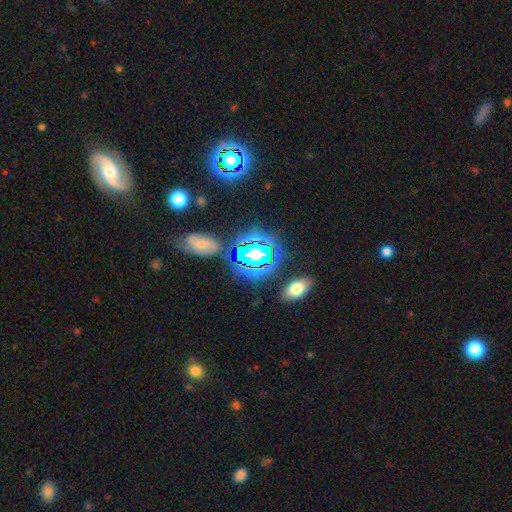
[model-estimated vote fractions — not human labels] The model was most divided on "smooth or featured": star or artifact: 54%, smooth: 28%, featured or disk: 18%.